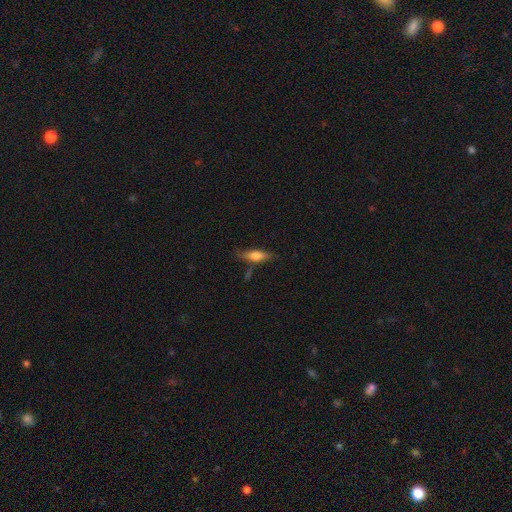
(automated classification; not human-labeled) smooth_or_featured: smooth (p=0.64) [alt: featured or disk p=0.29]
how_rounded: cigar-shaped (p=0.49) [alt: in between p=0.48]
merging: none (p=0.72) [alt: minor disturbance p=0.18]